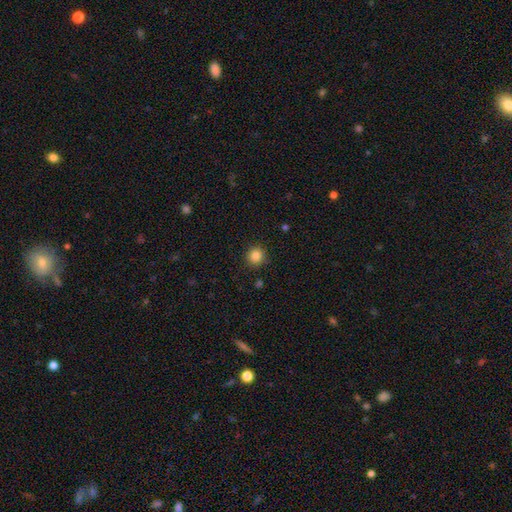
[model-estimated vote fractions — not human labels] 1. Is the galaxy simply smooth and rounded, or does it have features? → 85% smooth, 11% star or artifact, 4% featured or disk.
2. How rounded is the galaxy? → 93% round, 6% in between, 1% cigar-shaped.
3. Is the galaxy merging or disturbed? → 89% none, 7% minor disturbance, 2% major disturbance, 1% merger.